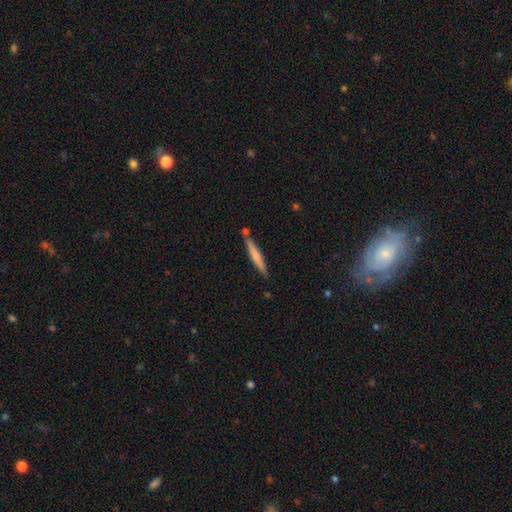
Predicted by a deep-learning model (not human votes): Smooth or featured: smooth — 63% (featured or disk — 31%)
How rounded: cigar-shaped — 95% (in between — 4%)
Merging: none — 81% (minor disturbance — 11%)